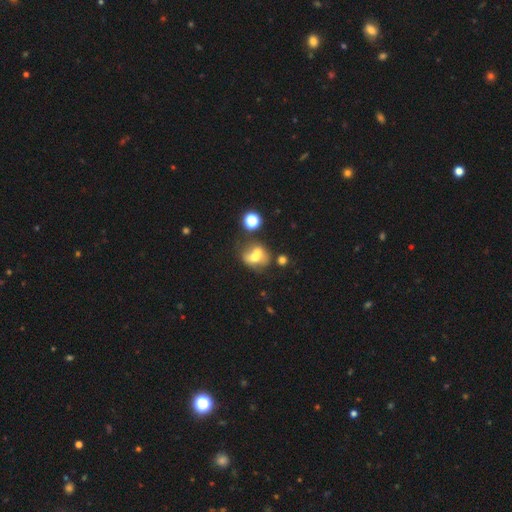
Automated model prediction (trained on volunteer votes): smooth 54%, featured or disk 32%, star or artifact 14%. Down the decision tree: how rounded — in between (51%); merging — merger (50%).